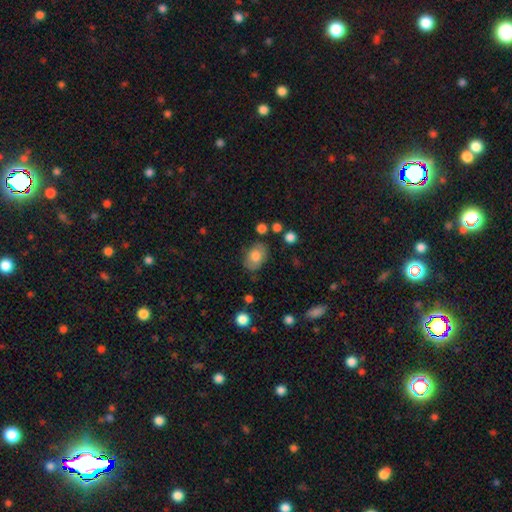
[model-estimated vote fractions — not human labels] Morphology: type=smooth (77%); roundness=in between (75%); merging=none (75%).